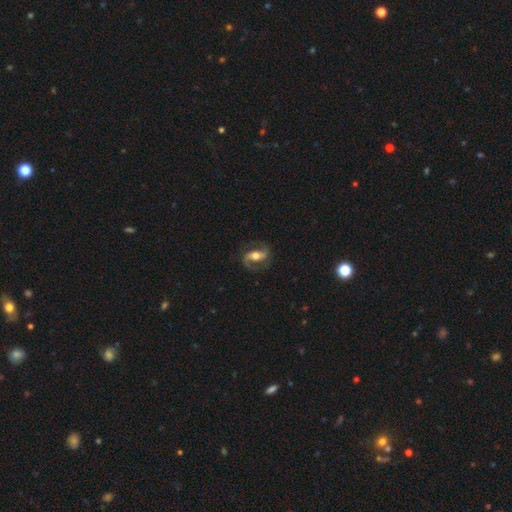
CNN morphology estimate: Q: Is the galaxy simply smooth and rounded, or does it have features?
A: featured or disk — 87%.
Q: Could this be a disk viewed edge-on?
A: no — 96%.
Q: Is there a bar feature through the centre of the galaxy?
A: strong — 45%.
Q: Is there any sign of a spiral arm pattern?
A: yes — 95%.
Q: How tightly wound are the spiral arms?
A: medium — 52%.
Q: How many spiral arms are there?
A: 2 — 92%.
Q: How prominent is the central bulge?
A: moderate — 70%.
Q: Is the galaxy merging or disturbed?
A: none — 80%.